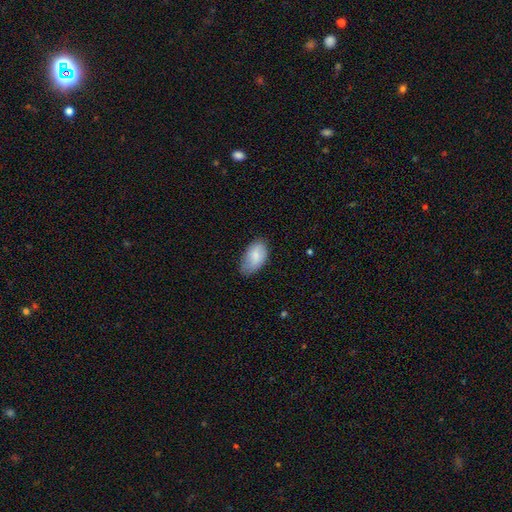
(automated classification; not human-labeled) Q: Smooth or featured?
A: smooth (80%); runner-up: featured or disk (14%)
Q: How rounded?
A: in between (95%); runner-up: round (3%)
Q: Merging?
A: none (64%); runner-up: minor disturbance (30%)